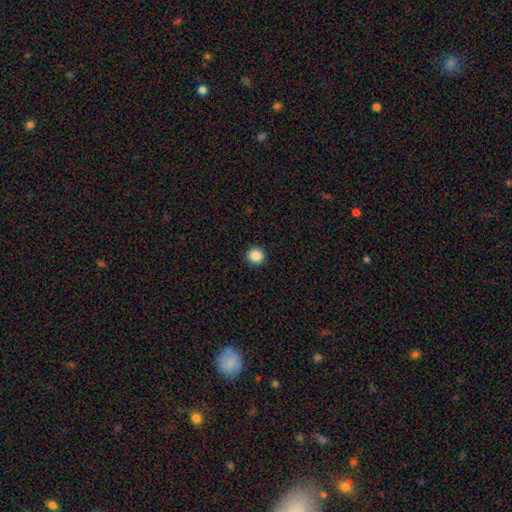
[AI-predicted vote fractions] smooth-or-featured: smooth: 88% | star or artifact: 9% | featured or disk: 3%
  how-rounded: round: 92% | in between: 7% | cigar-shaped: 1%
  merging: none: 93% | minor disturbance: 5% | major disturbance: 2% | merger: 1%